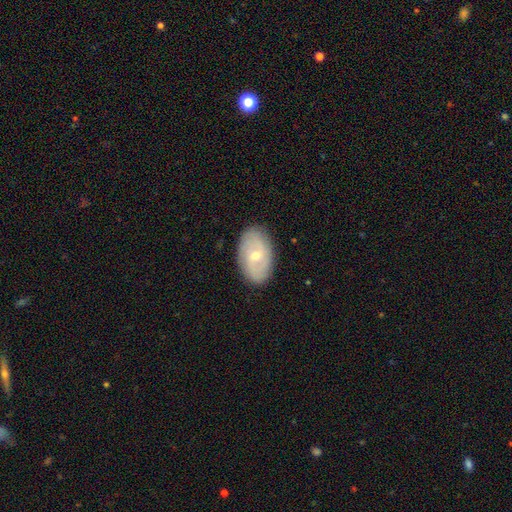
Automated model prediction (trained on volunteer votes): A featured or disk galaxy (57%) with no bar (60%), spiral arms (68%) and a small central bulge (55%). Merging: none (86%).